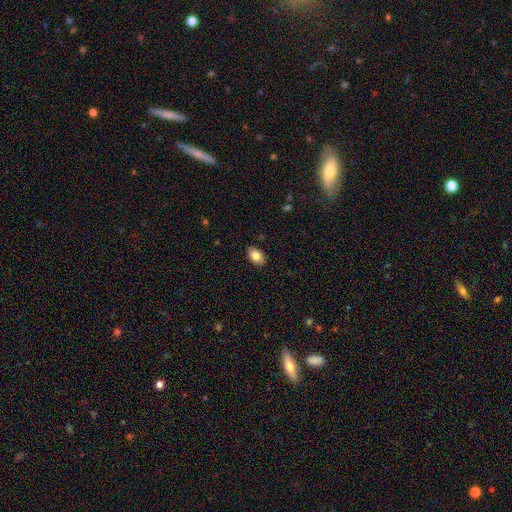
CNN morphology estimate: smooth-or-featured: smooth: 83% | featured or disk: 9% | star or artifact: 8%
  how-rounded: in between: 88% | round: 11% | cigar-shaped: 1%
  merging: none: 89% | minor disturbance: 9% | major disturbance: 2% | merger: 1%